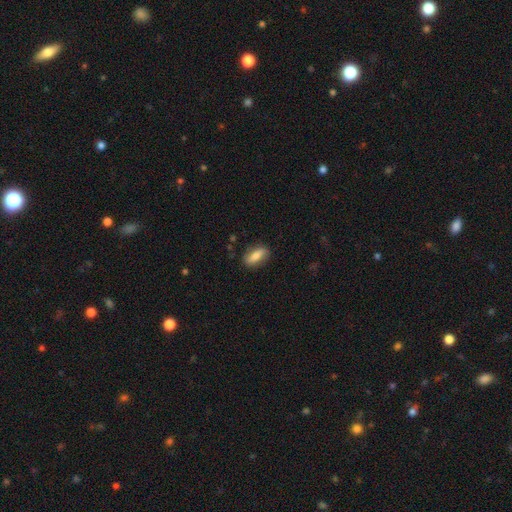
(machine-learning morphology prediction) smooth-or-featured: smooth: 73% | featured or disk: 21% | star or artifact: 7%
  how-rounded: in between: 77% | cigar-shaped: 19% | round: 4%
  merging: none: 84% | minor disturbance: 12% | major disturbance: 3% | merger: 1%